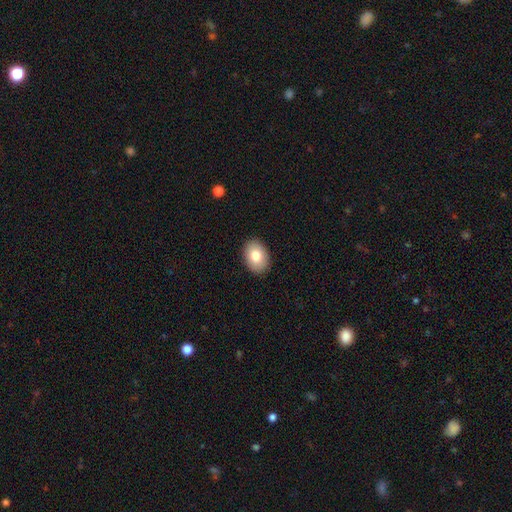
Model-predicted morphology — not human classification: smooth-or-featured: smooth: 82% | featured or disk: 11% | star or artifact: 7%
  how-rounded: in between: 79% | round: 20% | cigar-shaped: 1%
  merging: none: 90% | minor disturbance: 7% | major disturbance: 2% | merger: 1%